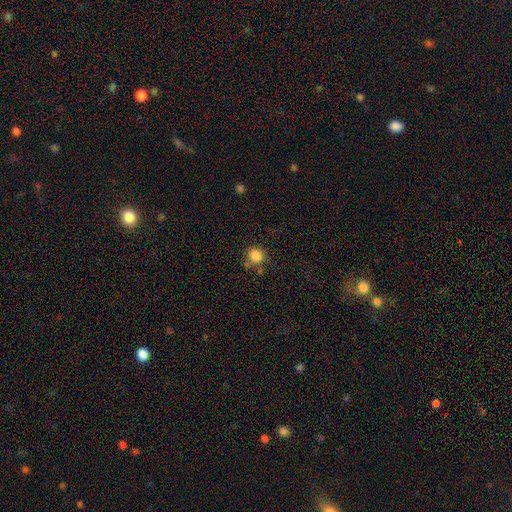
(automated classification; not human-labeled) A smooth galaxy with no disk features (84%) that is round (90%).

Vote fractions:
- Smooth or featured? smooth: 84% / star or artifact: 11% / featured or disk: 5%
- How rounded? round: 90% / in between: 9% / cigar-shaped: 1%
- Merging? none: 74% / minor disturbance: 12% / merger: 10% / major disturbance: 4%